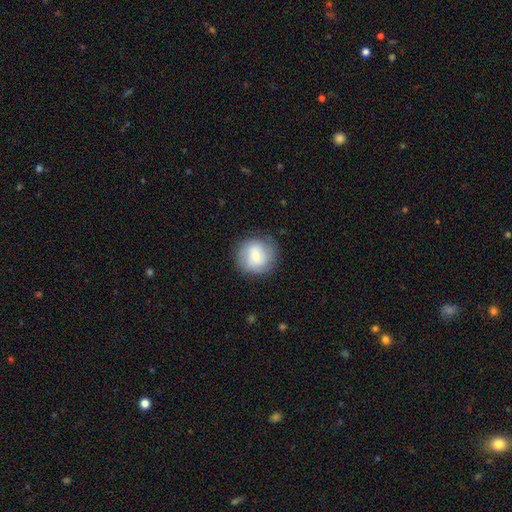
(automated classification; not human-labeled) This is possibly a smooth galaxy (53%). How rounded: clearly round (90%). Merging: clearly none (82%).